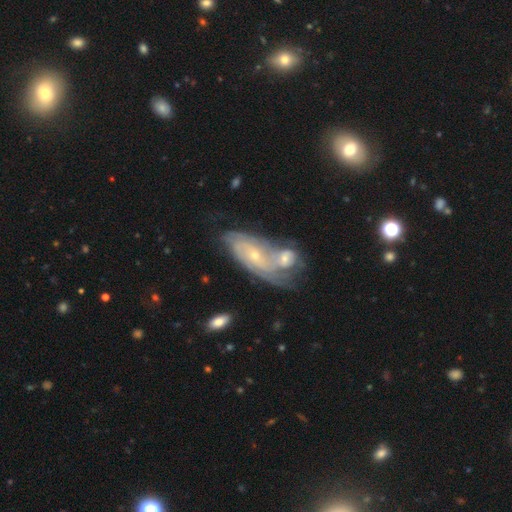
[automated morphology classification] Q: Smooth or featured?
A: featured or disk (78%); runner-up: smooth (15%)
Q: Edge-on disk?
A: no (92%); runner-up: yes (8%)
Q: Bar?
A: no (70%); runner-up: weak (24%)
Q: Spiral arms?
A: yes (90%); runner-up: no (10%)
Q: Spiral winding?
A: tight (63%); runner-up: medium (28%)
Q: Spiral arm count?
A: can't tell (46%); runner-up: 2 (26%)
Q: Bulge size?
A: small (71%); runner-up: moderate (26%)
Q: Merging?
A: merger (46%); runner-up: none (35%)